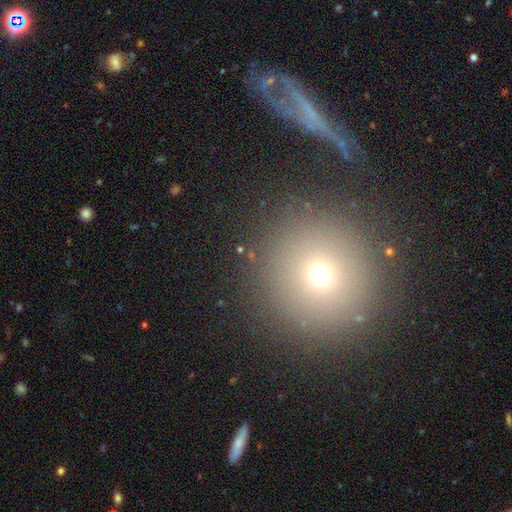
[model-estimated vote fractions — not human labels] This appears to be a smooth galaxy with no disk features (61%) that is round (93%). Merging: none (85%).